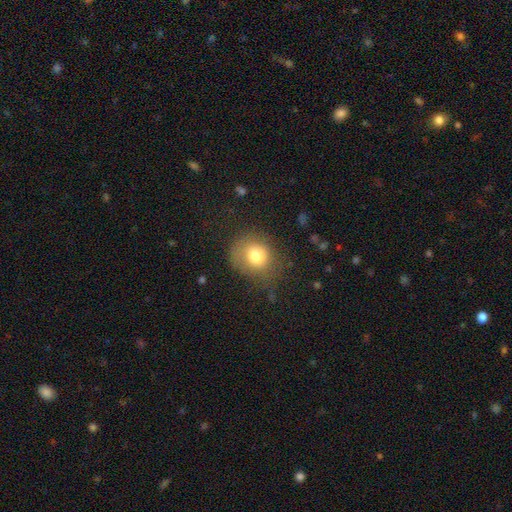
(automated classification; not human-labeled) smooth 77%, featured or disk 13%, star or artifact 10%. Down the decision tree: how rounded — round (72%); merging — none (63%).